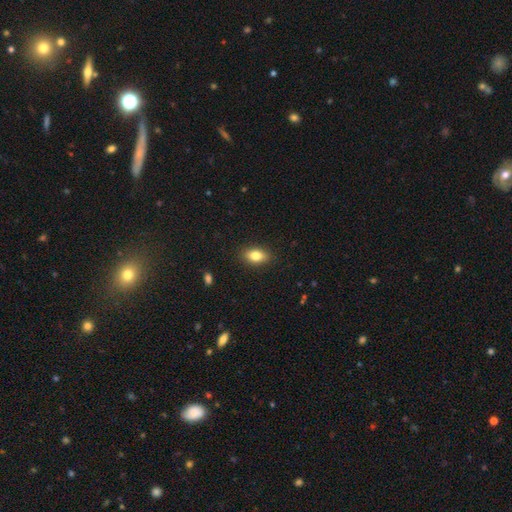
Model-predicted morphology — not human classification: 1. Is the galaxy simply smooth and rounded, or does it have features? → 81% smooth, 11% featured or disk, 8% star or artifact.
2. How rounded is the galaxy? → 85% in between, 10% round, 6% cigar-shaped.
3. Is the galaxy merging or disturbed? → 88% none, 9% minor disturbance, 2% major disturbance, 1% merger.